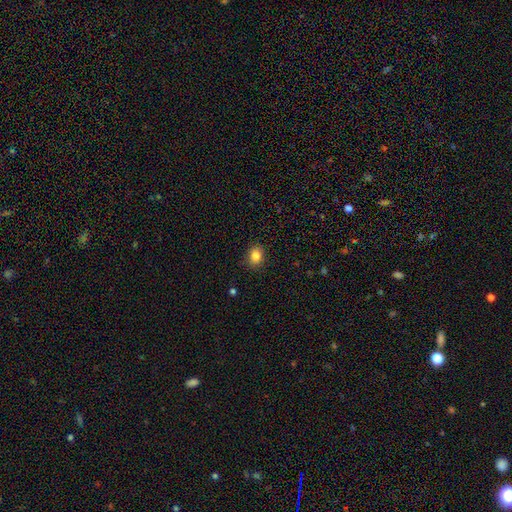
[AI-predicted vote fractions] smooth-or-featured: smooth: 85% | star or artifact: 10% | featured or disk: 5%
  how-rounded: in between: 55% | round: 44% | cigar-shaped: 1%
  merging: none: 88% | minor disturbance: 9% | major disturbance: 2% | merger: 1%